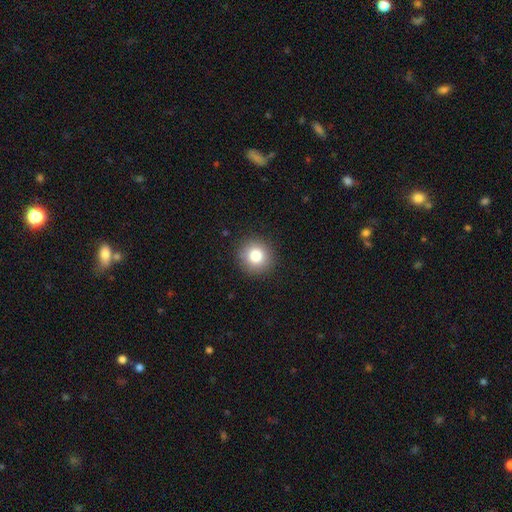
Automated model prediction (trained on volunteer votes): Smooth or featured? smooth (82%)
How rounded? round (92%)
Merging? none (91%)